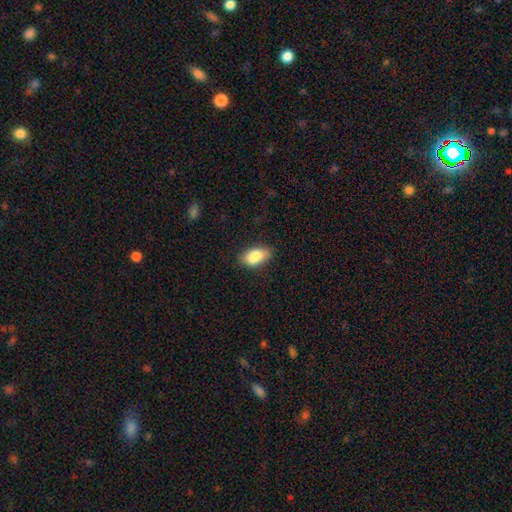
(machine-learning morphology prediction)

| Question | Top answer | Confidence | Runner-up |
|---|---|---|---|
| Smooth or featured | smooth | 85% | featured or disk (8%) |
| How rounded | in between | 91% | round (5%) |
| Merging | none | 79% | minor disturbance (16%) |